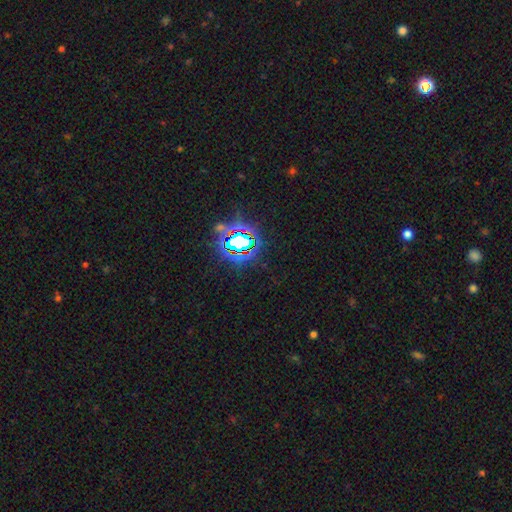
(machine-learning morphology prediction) Q: Smooth or featured?
A: star or artifact (81%); runner-up: smooth (12%)